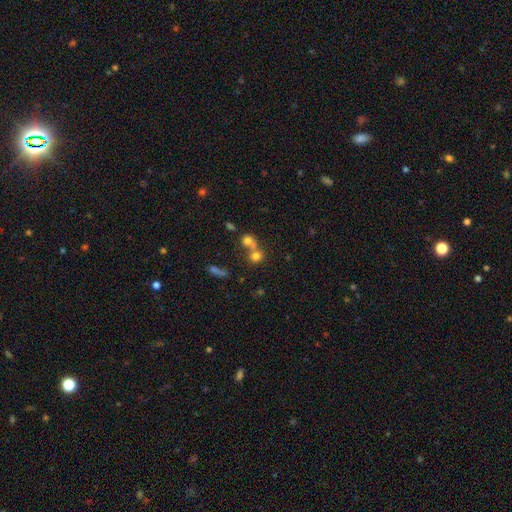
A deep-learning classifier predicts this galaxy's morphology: smooth 71%, star or artifact 15%, featured or disk 14%. Down the decision tree: how rounded — round (76%); merging — merger (55%).